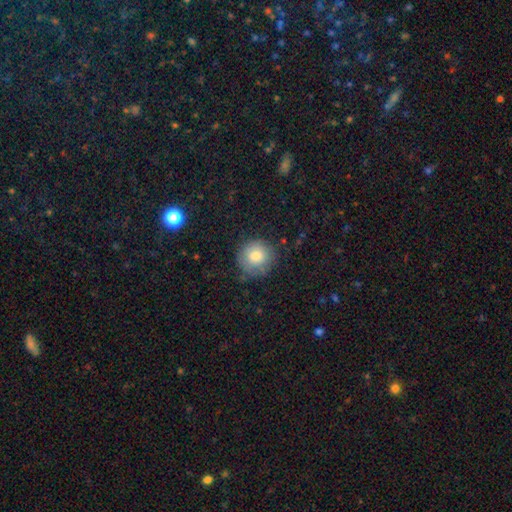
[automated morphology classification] A smooth galaxy with no disk features (80%) that is round (93%). Merging: none (76%).